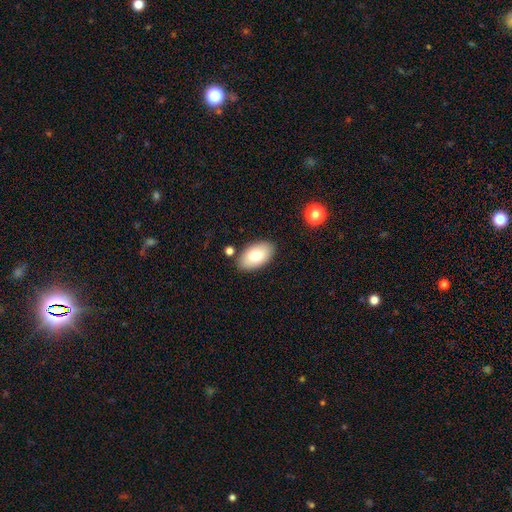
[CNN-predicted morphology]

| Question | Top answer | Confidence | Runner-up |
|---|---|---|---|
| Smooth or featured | smooth | 78% | featured or disk (14%) |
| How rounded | in between | 94% | round (4%) |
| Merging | none | 84% | minor disturbance (10%) |